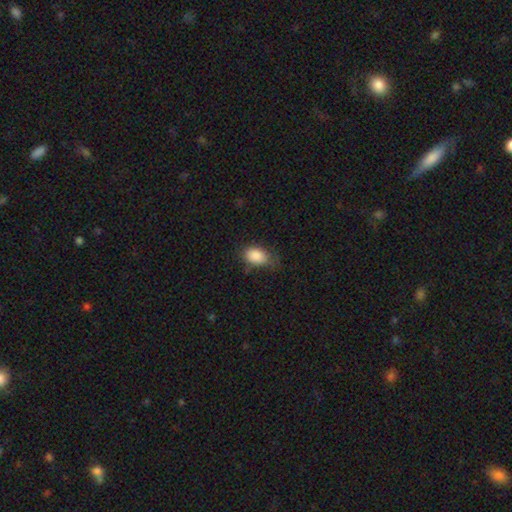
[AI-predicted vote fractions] Smooth or featured? smooth (87%)
How rounded? in between (85%)
Merging? none (60%)